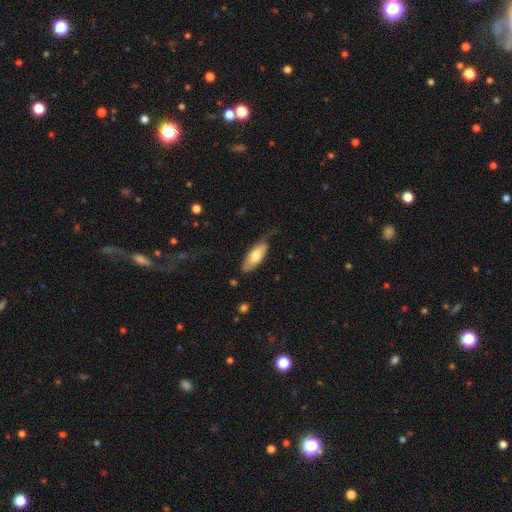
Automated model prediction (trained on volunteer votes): Overall: smooth (68%). How rounded: in between (73%). Merging: none (63%; minor disturbance 27%).